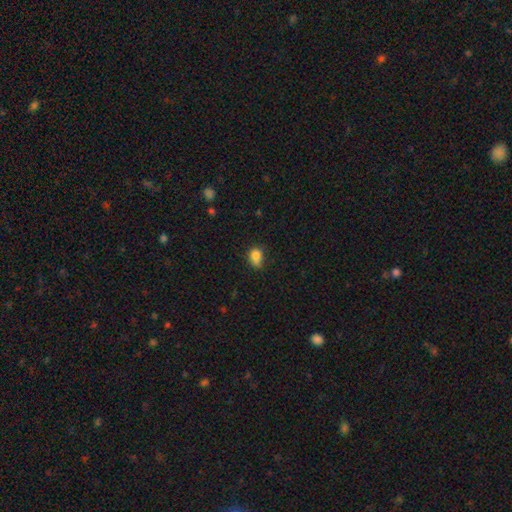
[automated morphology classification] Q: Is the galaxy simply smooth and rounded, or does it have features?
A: smooth — 83%.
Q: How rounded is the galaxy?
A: in between — 59%.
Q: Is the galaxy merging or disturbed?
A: none — 51%.